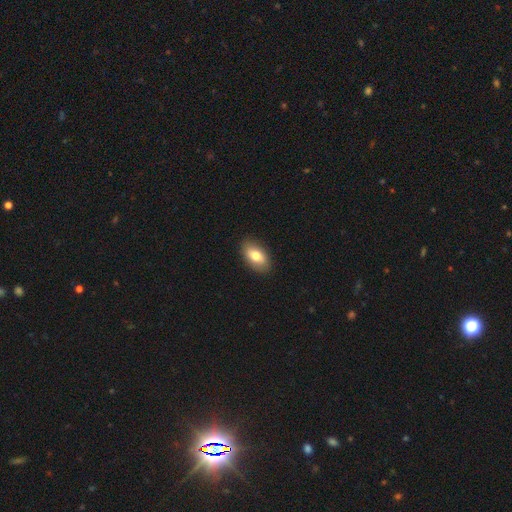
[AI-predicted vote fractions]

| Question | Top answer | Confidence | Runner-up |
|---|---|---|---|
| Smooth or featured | smooth | 76% | featured or disk (18%) |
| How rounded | in between | 92% | round (5%) |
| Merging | none | 88% | minor disturbance (9%) |